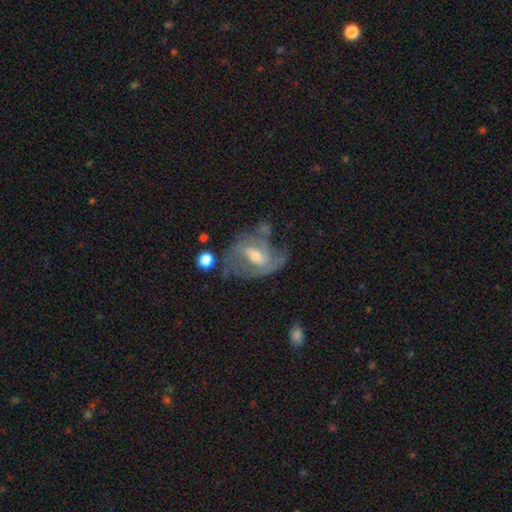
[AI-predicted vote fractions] A featured or disk galaxy (81%) with a weak bar (51%), 2 (44%) medium (47%) spiral arms (88%) and a moderate central bulge (53%). Merging: none (47%).